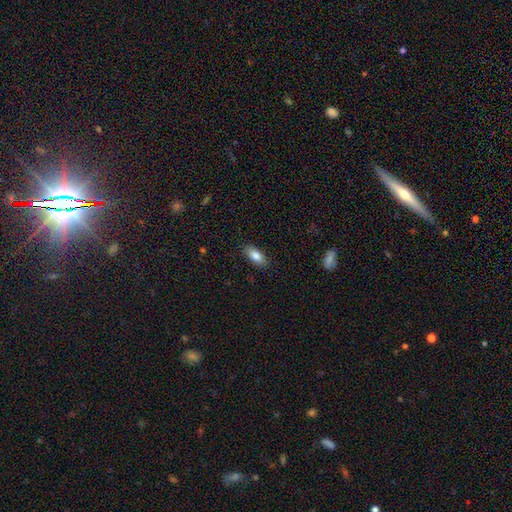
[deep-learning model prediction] Morphology: type=smooth (83%); roundness=in between (85%); merging=none (88%).